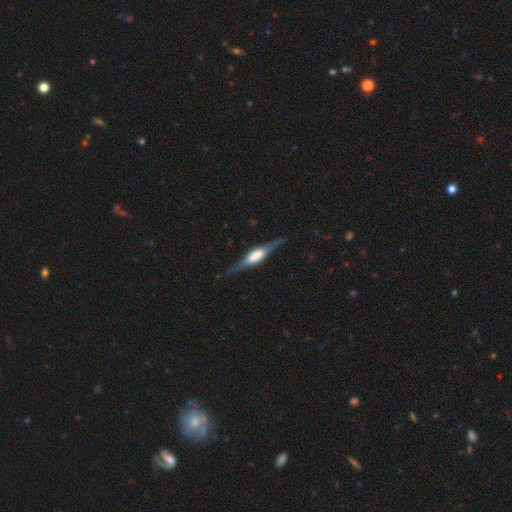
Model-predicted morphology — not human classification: Overall: featured or disk (69%). Edge-on disk: yes (92%). Edge-on bulge: boxy (49%; rounded 45%). Merging: none (78%).